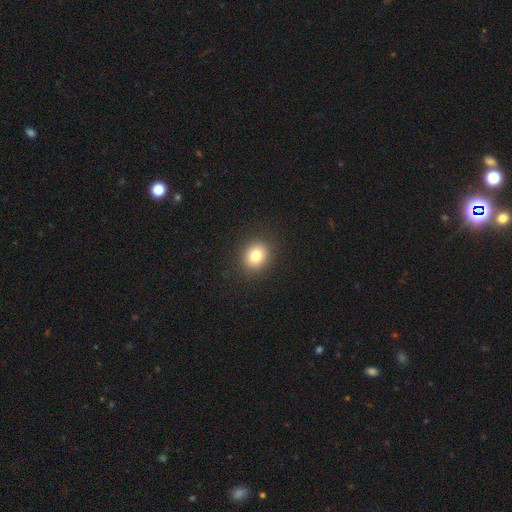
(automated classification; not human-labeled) A smooth galaxy with no disk features (80%) that is round (73%). Merging: none (90%).